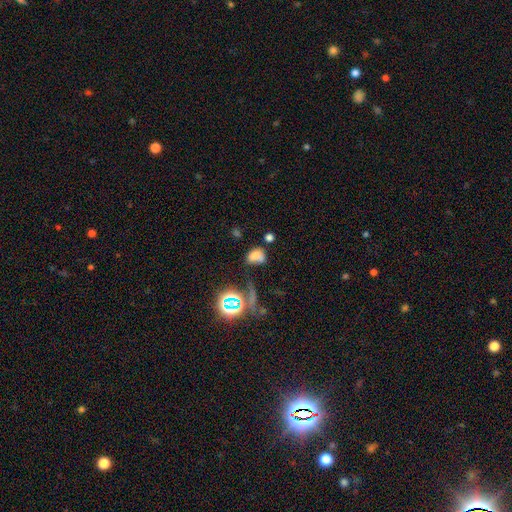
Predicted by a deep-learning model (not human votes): This is likely a smooth galaxy (62%). How rounded: likely in between (70%). Merging: marginally none (43%).